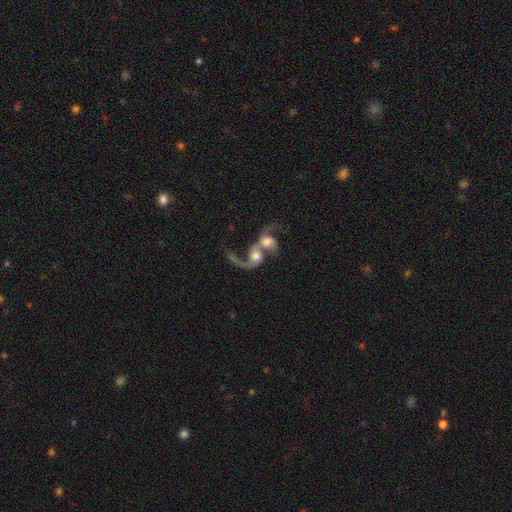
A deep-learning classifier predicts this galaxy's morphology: Smooth or featured: featured or disk — 66% (smooth — 26%)
Edge-on disk: no — 96% (yes — 4%)
Bar: no — 69% (weak — 24%)
Spiral arms: yes — 83% (no — 17%)
Spiral winding: loose — 77% (medium — 18%)
Spiral arm count: 1 — 47% (2 — 44%)
Bulge size: moderate — 46% (large — 30%)
Merging: merger — 83% (major disturbance — 7%)